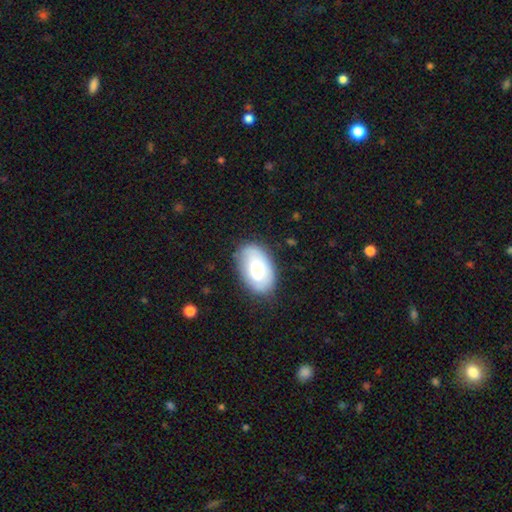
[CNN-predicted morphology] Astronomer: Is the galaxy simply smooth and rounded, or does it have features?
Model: smooth — 68%.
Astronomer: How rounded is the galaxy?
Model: in between — 93%.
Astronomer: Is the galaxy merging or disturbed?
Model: none — 77%.